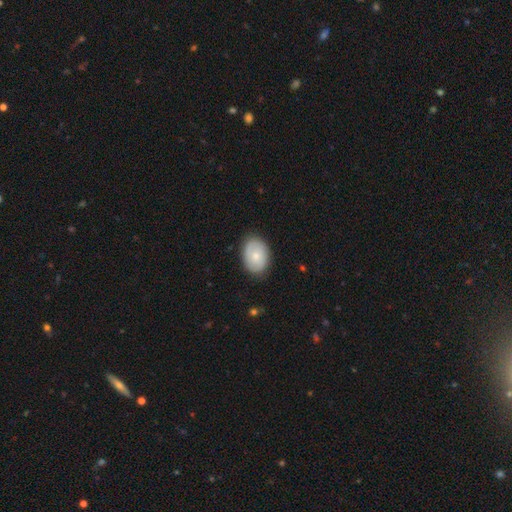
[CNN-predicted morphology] A smooth galaxy with no disk features (71%) that is in between round and cigar-shaped (75%). Merging: none (83%).